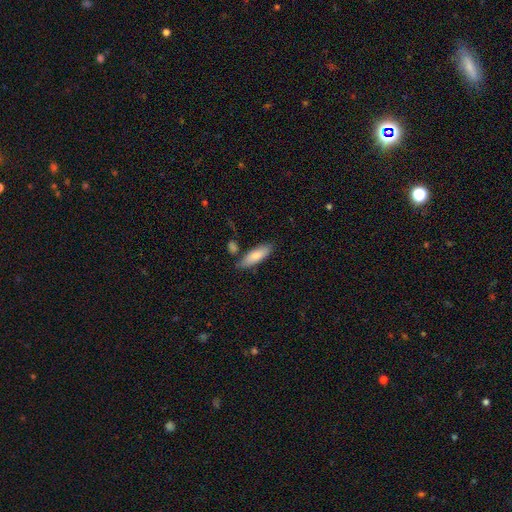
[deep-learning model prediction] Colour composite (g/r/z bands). It shows a smooth galaxy with no disk features (78%) that is in between round and cigar-shaped (60%). Merging: none (77%).